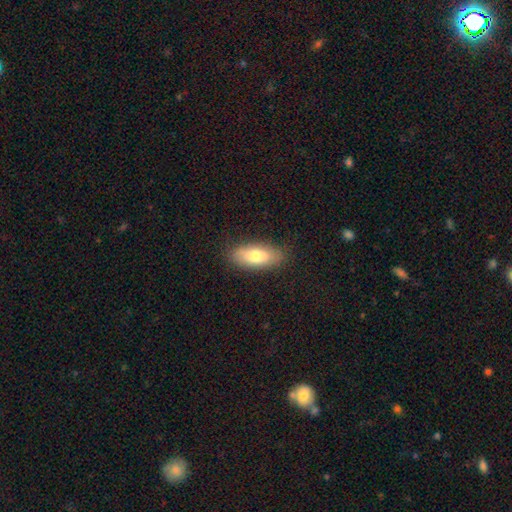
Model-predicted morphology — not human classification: Smooth or featured? smooth (77%)
How rounded? in between (77%)
Merging? none (85%)